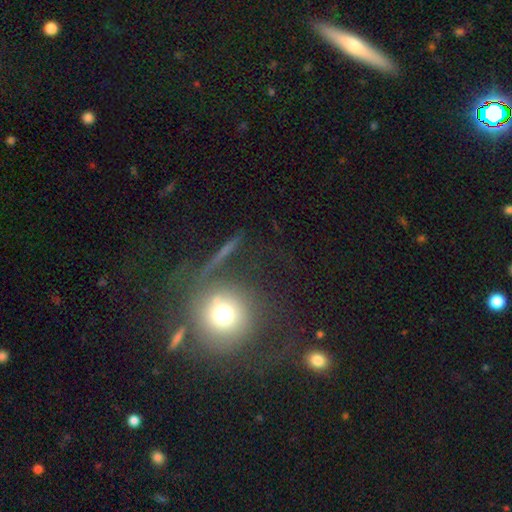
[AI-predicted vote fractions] The model was most divided on "smooth or featured": smooth: 46%, star or artifact: 28%, featured or disk: 26%. More confident: merging — none (65%).